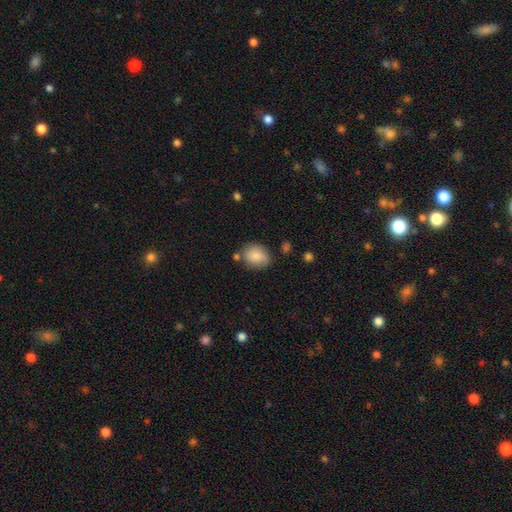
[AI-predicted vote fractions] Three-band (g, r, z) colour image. It shows a smooth galaxy with no disk features (85%) that is in between round and cigar-shaped (54%). Merging: none (69%).